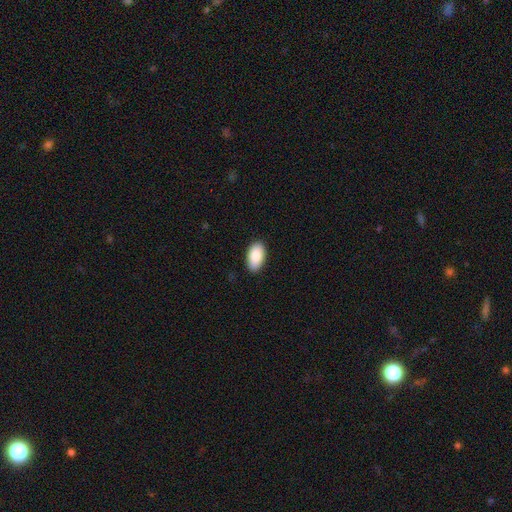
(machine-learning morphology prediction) smooth_or_featured: smooth (p=0.90) [alt: star or artifact p=0.06]
how_rounded: in between (p=0.96) [alt: round p=0.03]
merging: none (p=0.88) [alt: minor disturbance p=0.09]